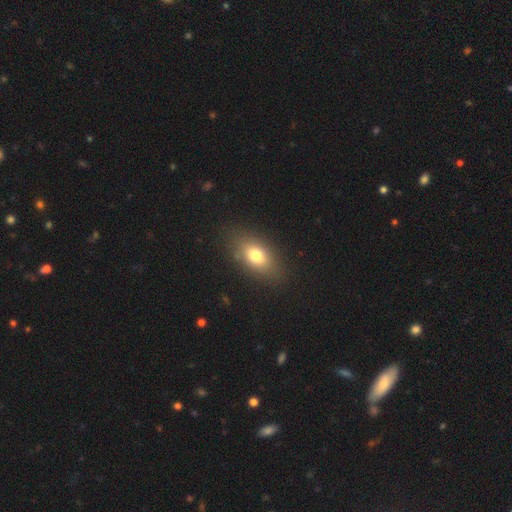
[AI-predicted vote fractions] smooth 75%, featured or disk 14%, star or artifact 10%. Down the decision tree: how rounded — in between (84%); merging — none (85%).